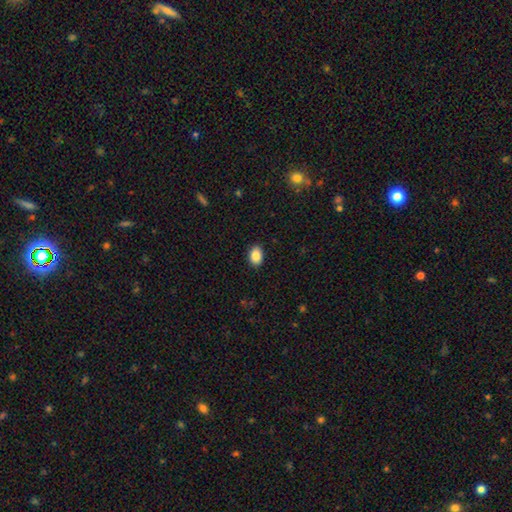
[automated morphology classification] Q: Smooth or featured?
A: smooth (87%); runner-up: star or artifact (8%)
Q: How rounded?
A: in between (81%); runner-up: round (18%)
Q: Merging?
A: none (90%); runner-up: minor disturbance (8%)